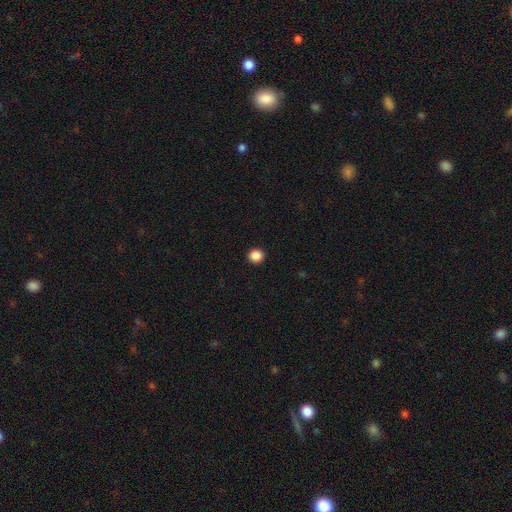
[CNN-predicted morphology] smooth_or_featured: smooth (p=0.88) [alt: star or artifact p=0.10]
how_rounded: round (p=0.93) [alt: in between p=0.06]
merging: none (p=0.94) [alt: minor disturbance p=0.04]